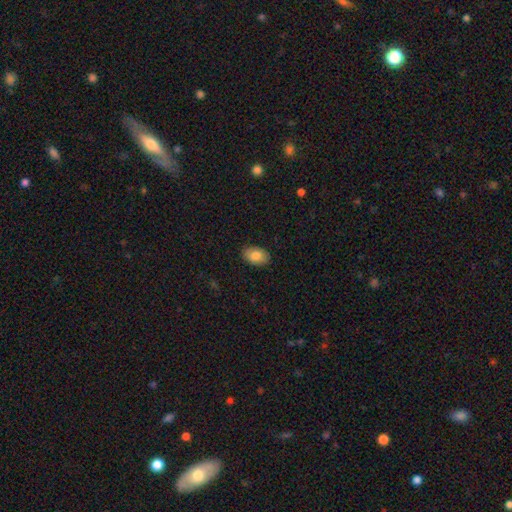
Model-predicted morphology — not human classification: smooth 82%, featured or disk 11%, star or artifact 7%. Down the decision tree: how rounded — in between (89%); merging — none (87%).